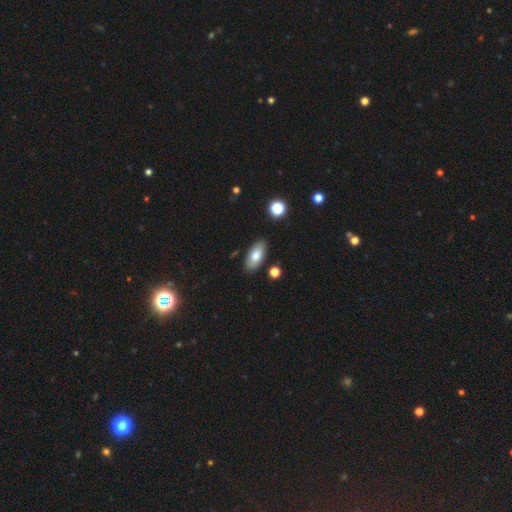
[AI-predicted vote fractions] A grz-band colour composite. It shows a smooth galaxy with no disk features (77%) that is in between round and cigar-shaped (88%). Merging: none (86%).